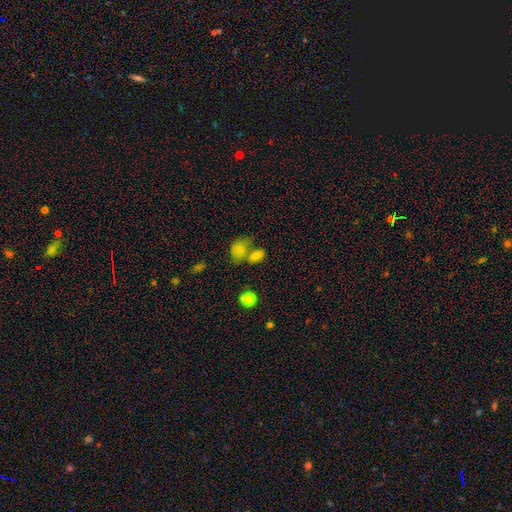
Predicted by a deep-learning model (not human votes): smooth_or_featured: smooth (p=0.74) [alt: star or artifact p=0.14]
how_rounded: in between (p=0.76) [alt: round p=0.21]
merging: merger (p=0.43) [alt: none p=0.40]